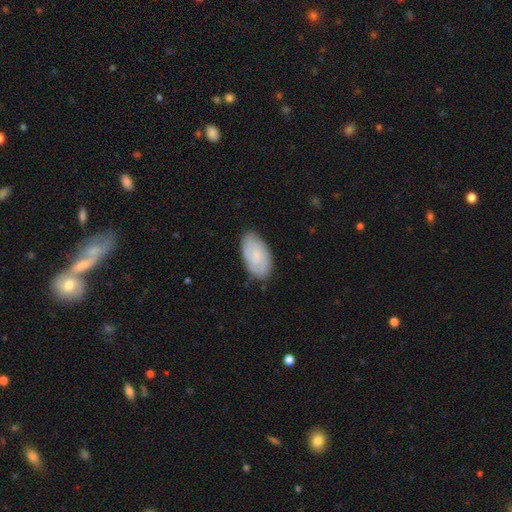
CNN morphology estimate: Q: Smooth or featured?
A: smooth (56%); runner-up: featured or disk (38%)
Q: How rounded?
A: in between (94%); runner-up: round (4%)
Q: Merging?
A: none (78%); runner-up: minor disturbance (18%)